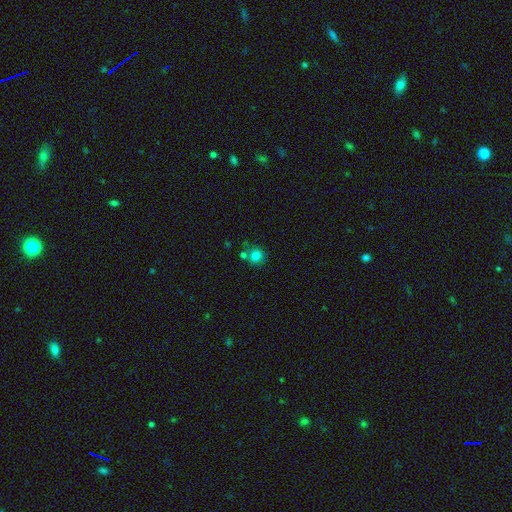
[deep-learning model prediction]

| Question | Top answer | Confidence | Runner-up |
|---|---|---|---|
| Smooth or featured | smooth | 81% | star or artifact (12%) |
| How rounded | round | 88% | in between (11%) |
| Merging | none | 66% | merger (18%) |